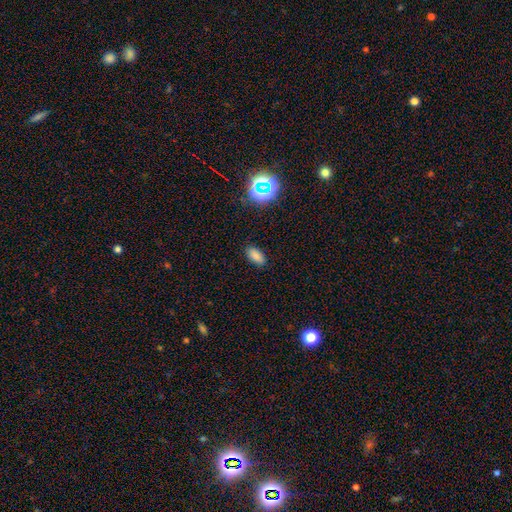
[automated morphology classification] Smooth or featured?
  - smooth: 81% *
  - star or artifact: 14%
  - featured or disk: 5%
How rounded?
  - in between: 88% *
  - cigar-shaped: 8%
  - round: 4%
Merging?
  - none: 87% *
  - minor disturbance: 9%
  - major disturbance: 3%
  - merger: 1%